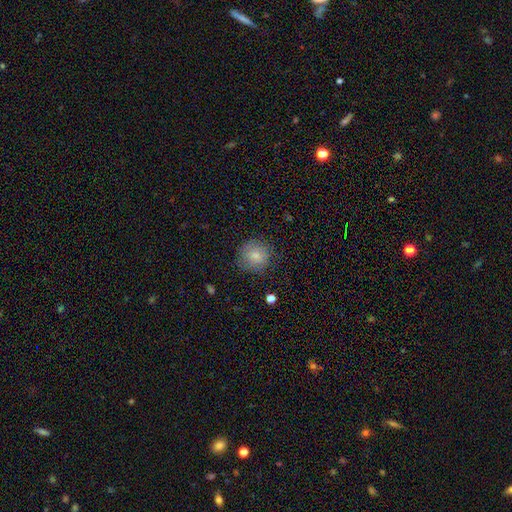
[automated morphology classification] smooth 80%, featured or disk 11%, star or artifact 9%. Down the decision tree: how rounded — round (88%); merging — none (78%).